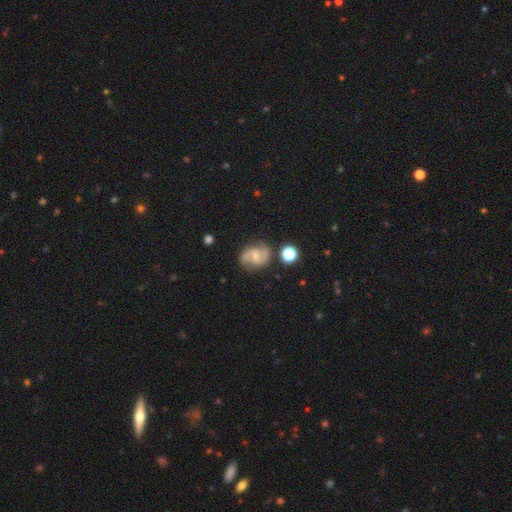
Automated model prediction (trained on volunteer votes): smooth_or_featured: featured or disk (p=0.85) [alt: smooth p=0.09]
disk_edge_on: no (p=0.98) [alt: yes p=0.02]
bar: no (p=0.48) [alt: weak p=0.42]
has_spiral_arms: yes (p=0.97) [alt: no p=0.03]
spiral_winding: medium (p=0.56) [alt: loose p=0.26]
spiral_arm_count: 2 (p=0.92) [alt: can't tell p=0.03]
bulge_size: small (p=0.58) [alt: moderate p=0.34]
merging: none (p=0.77) [alt: minor disturbance p=0.15]